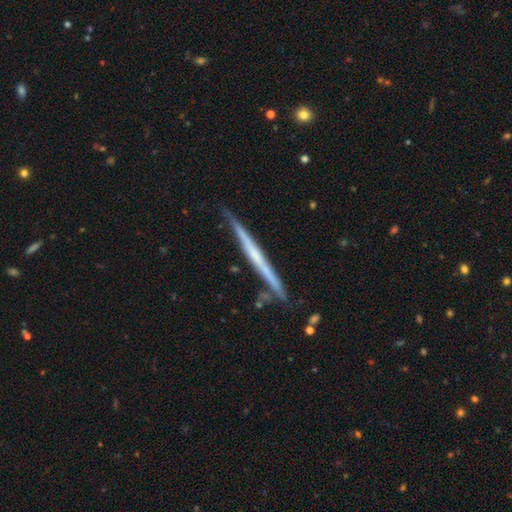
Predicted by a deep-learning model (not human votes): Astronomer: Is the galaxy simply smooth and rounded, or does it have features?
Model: featured or disk — 66%.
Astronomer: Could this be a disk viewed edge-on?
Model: yes — 97%.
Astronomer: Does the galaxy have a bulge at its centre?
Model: none — 75%.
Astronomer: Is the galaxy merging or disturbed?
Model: none — 83%.